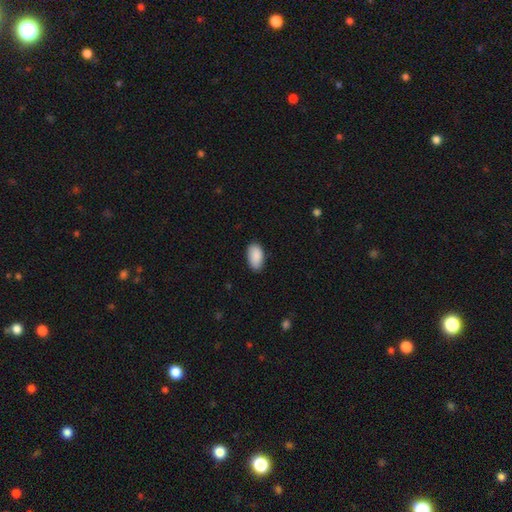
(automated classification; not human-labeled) Smooth or featured: smooth — 90% (star or artifact — 6%)
How rounded: in between — 95% (round — 3%)
Merging: none — 81% (minor disturbance — 15%)